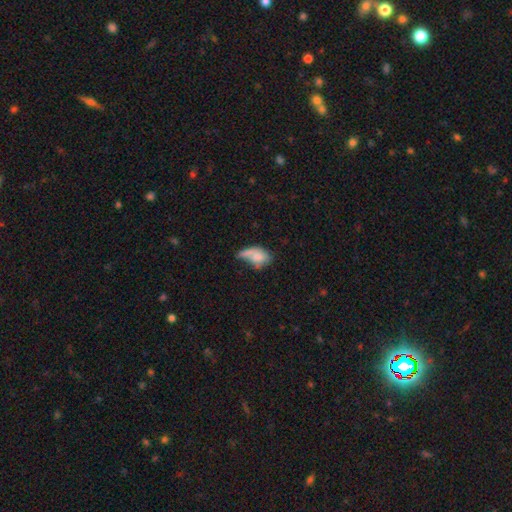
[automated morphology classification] The model was most divided on "merging": major disturbance: 31%, none: 25%, minor disturbance: 25%, merger: 18%. More confident: how rounded — in between (81%); smooth or featured — smooth (64%).